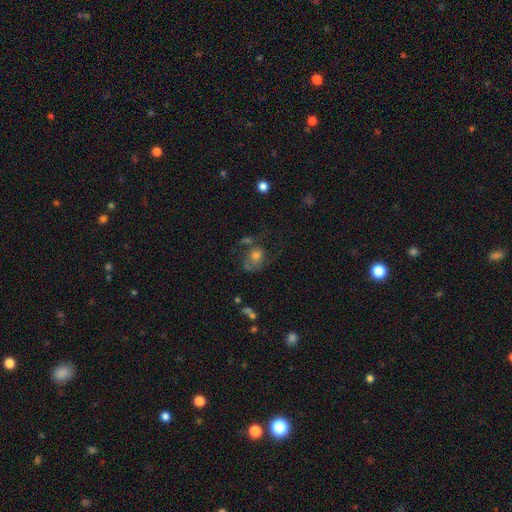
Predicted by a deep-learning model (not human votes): smooth 45%, featured or disk 38%, star or artifact 17%. Down the decision tree: merging — none (37%).